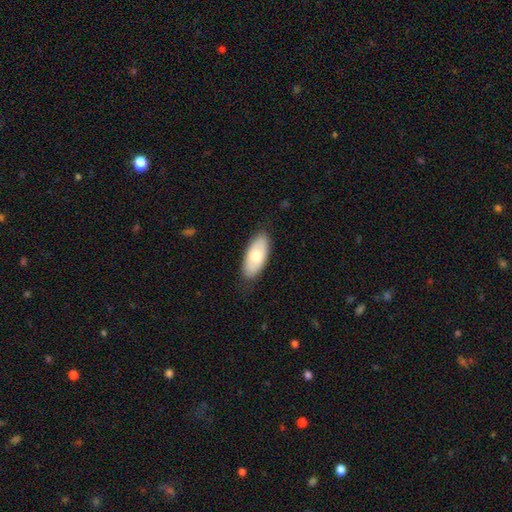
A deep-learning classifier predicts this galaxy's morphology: A smooth galaxy with no disk features (72%) that is in between round and cigar-shaped (88%).

Vote fractions:
- Smooth or featured? smooth: 72% / featured or disk: 23% / star or artifact: 5%
- How rounded? in between: 88% / cigar-shaped: 10% / round: 2%
- Merging? none: 85% / minor disturbance: 12% / major disturbance: 2% / merger: 1%